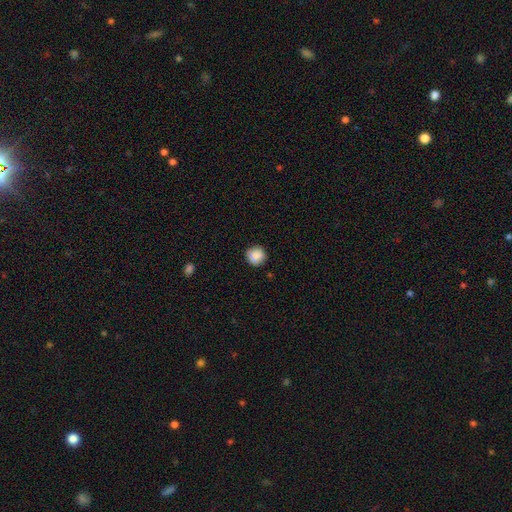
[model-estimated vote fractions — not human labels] This is clearly a smooth galaxy (84%). How rounded: clearly round (90%). Merging: likely none (77%).